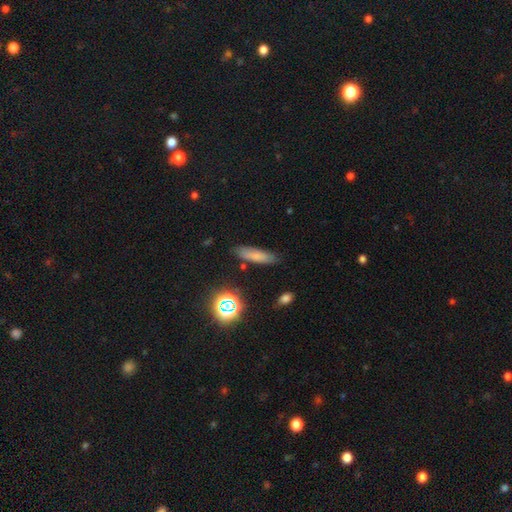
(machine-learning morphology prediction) Smooth or featured? smooth (72%)
How rounded? cigar-shaped (67%)
Merging? none (82%)